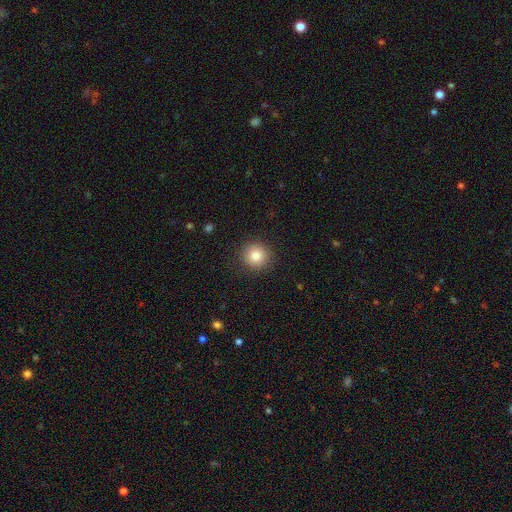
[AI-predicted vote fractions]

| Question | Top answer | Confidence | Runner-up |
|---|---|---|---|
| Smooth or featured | smooth | 83% | star or artifact (10%) |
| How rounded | round | 93% | in between (6%) |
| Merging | none | 90% | minor disturbance (7%) |